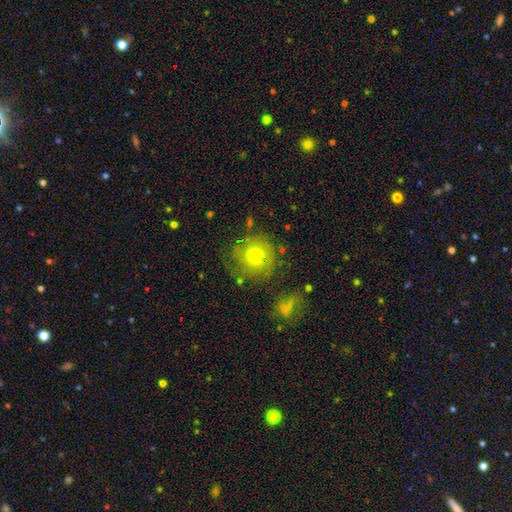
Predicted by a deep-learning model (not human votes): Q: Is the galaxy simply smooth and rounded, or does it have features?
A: smooth — 56%.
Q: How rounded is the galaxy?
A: round — 89%.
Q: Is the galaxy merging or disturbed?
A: none — 66%.